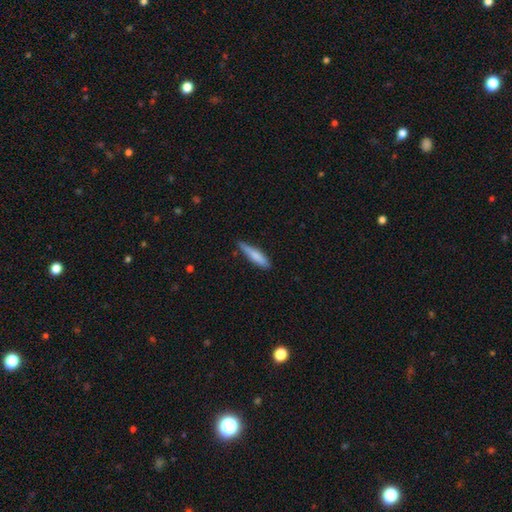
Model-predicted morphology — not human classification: A smooth galaxy with no disk features (78%) that is cigar-shaped (79%). Merging: none (65%).